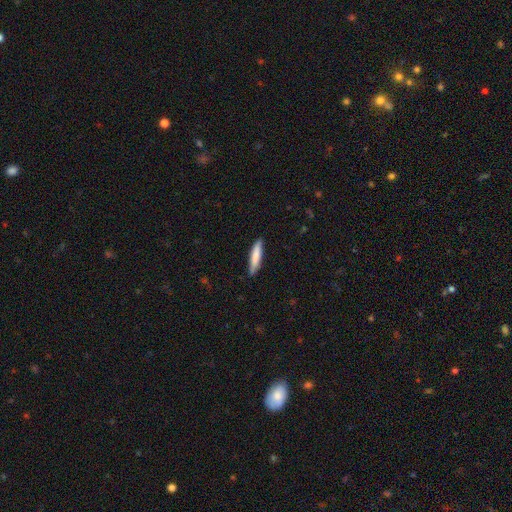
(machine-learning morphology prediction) The model was most divided on "smooth or featured": smooth: 79%, featured or disk: 15%, star or artifact: 5%. More confident: how rounded — cigar-shaped (85%); merging — none (85%).